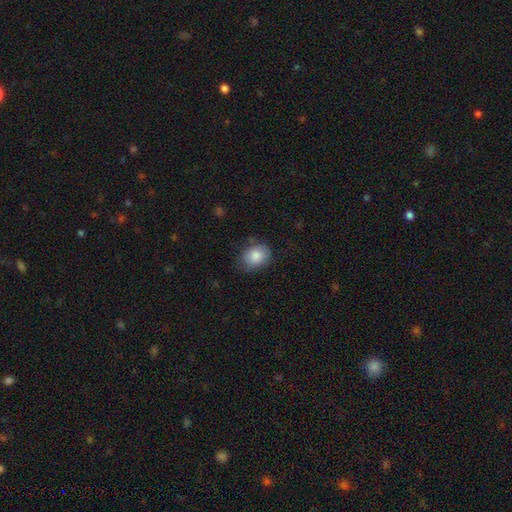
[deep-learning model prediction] Smooth or featured? smooth (82%)
How rounded? round (54%)
Merging? none (70%)